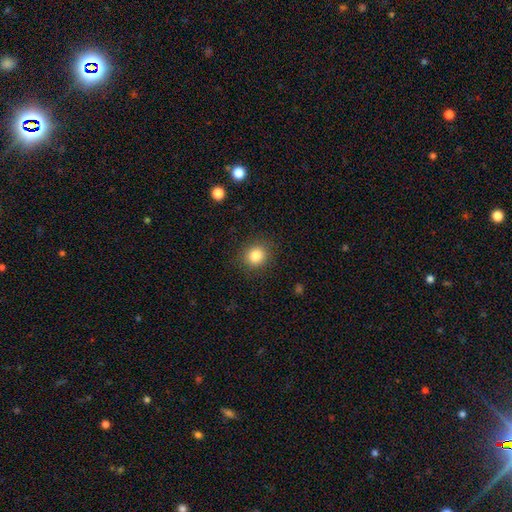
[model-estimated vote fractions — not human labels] A smooth galaxy with no disk features (83%) that is round (81%).

Vote fractions:
- Smooth or featured? smooth: 83% / star or artifact: 11% / featured or disk: 6%
- How rounded? round: 81% / in between: 18% / cigar-shaped: 1%
- Merging? none: 88% / minor disturbance: 8% / major disturbance: 3% / merger: 1%